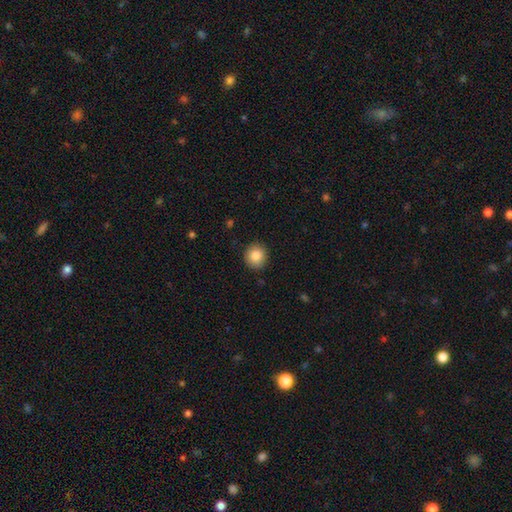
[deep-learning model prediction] smooth 85%, star or artifact 8%, featured or disk 6%. Down the decision tree: how rounded — round (86%); merging — none (89%).